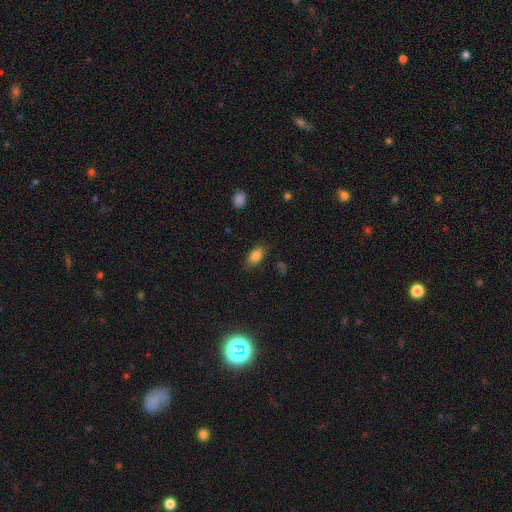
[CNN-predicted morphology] smooth 84%, star or artifact 9%, featured or disk 8%. Down the decision tree: how rounded — in between (89%); merging — none (80%).